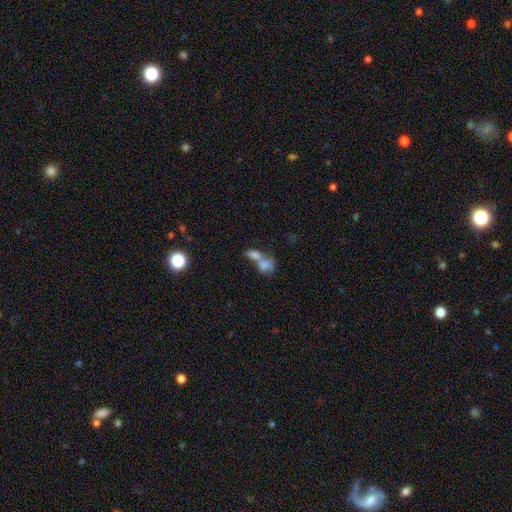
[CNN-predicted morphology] Q: Smooth or featured?
A: smooth (69%); runner-up: featured or disk (17%)
Q: How rounded?
A: in between (73%); runner-up: round (21%)
Q: Merging?
A: merger (67%); runner-up: none (20%)